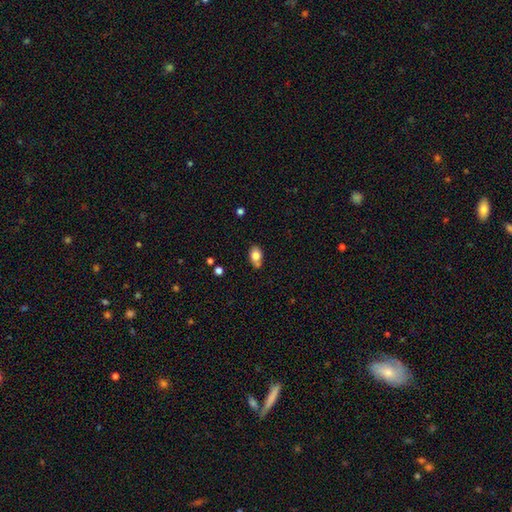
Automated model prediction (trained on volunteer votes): smooth-or-featured: smooth: 81% | featured or disk: 10% | star or artifact: 9%
  how-rounded: in between: 82% | round: 16% | cigar-shaped: 2%
  merging: none: 62% | minor disturbance: 21% | merger: 13% | major disturbance: 4%